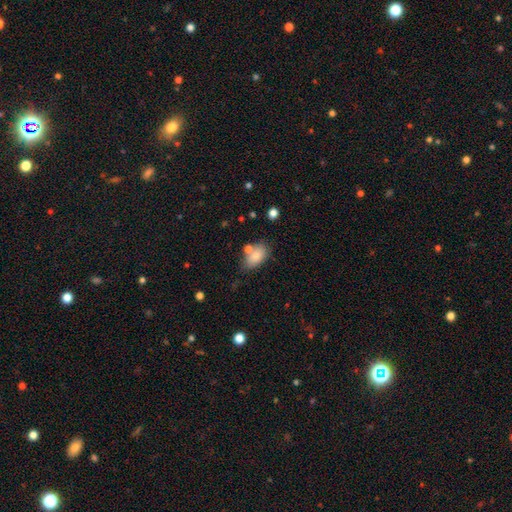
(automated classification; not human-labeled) A smooth galaxy with no disk features (81%) that is in between round and cigar-shaped (90%). Merging: none (61%).